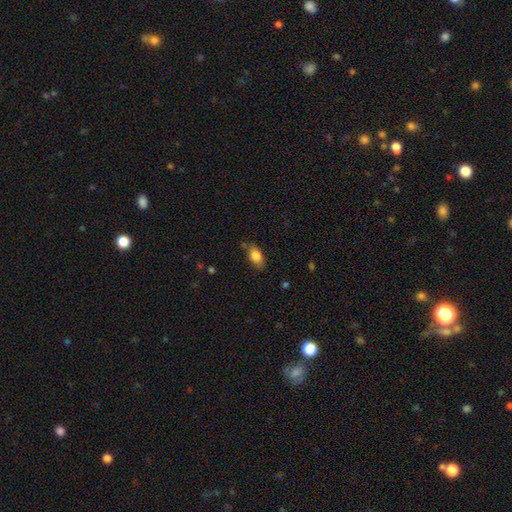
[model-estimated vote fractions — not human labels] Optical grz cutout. It shows a smooth galaxy with no disk features (83%) that is in between round and cigar-shaped (88%). Merging: none (76%).